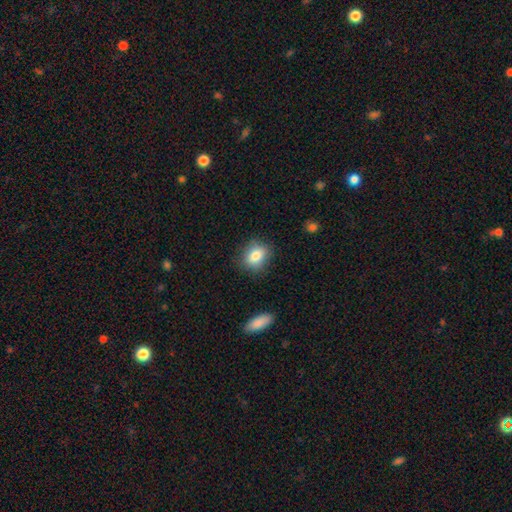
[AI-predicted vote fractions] Smooth or featured: smooth — 82% (featured or disk — 10%)
How rounded: round — 52% (in between — 46%)
Merging: none — 83% (minor disturbance — 13%)